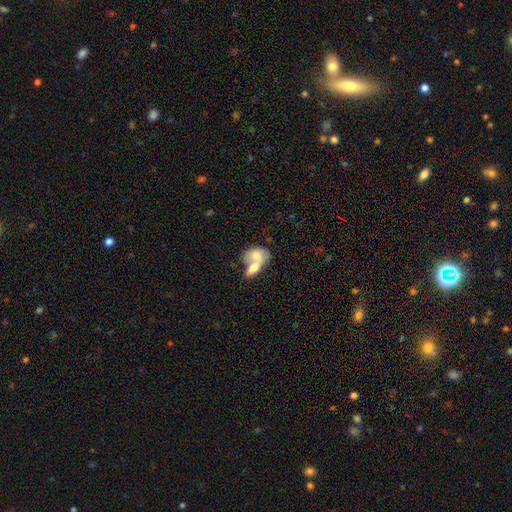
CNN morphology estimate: type=smooth (67%); roundness=in between (82%); merging=merger (74%).